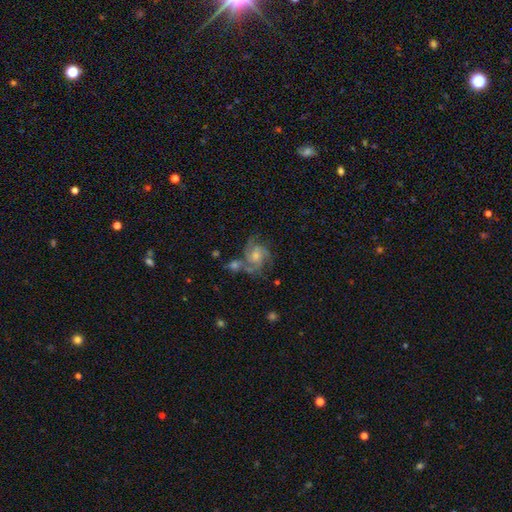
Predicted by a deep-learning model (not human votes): smooth-or-featured: featured or disk: 80% | smooth: 10% | star or artifact: 10%
  disk-edge-on: no: 98% | yes: 2%
    bar: no: 58% | weak: 35% | strong: 7%
    has-spiral-arms: yes: 96% | no: 4%
      spiral-winding: medium: 52% | tight: 35% | loose: 14%
      spiral-arm-count: 3: 45% | 2: 24% | can't tell: 13% | 4: 9% | 1: 5% | more than 4: 5%
    bulge-size: moderate: 49% | small: 40% | none: 5% | large: 5% | dominant: 1%
  merging: none: 60% | minor disturbance: 16% | merger: 13% | major disturbance: 11%